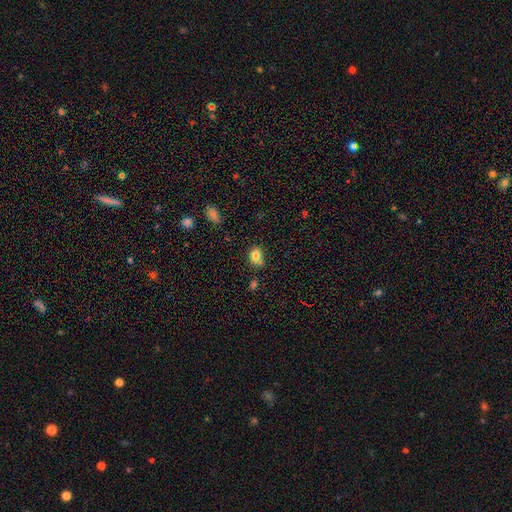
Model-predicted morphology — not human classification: Smooth or featured? Predicted: smooth (p=0.80). How rounded? Predicted: in between (p=0.60). Merging? Predicted: none (p=0.56).